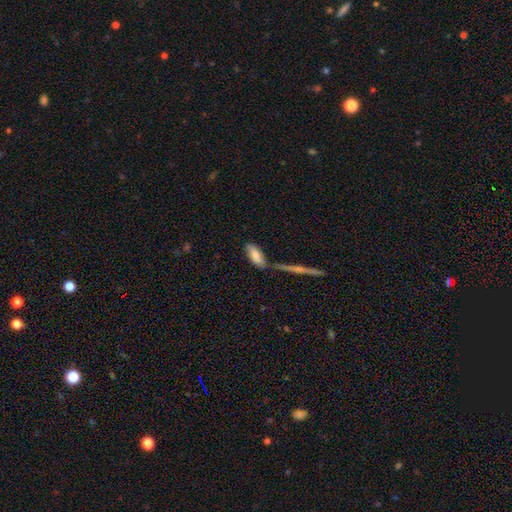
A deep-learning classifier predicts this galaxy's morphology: The model was most divided on "merging": none: 58%, merger: 21%, minor disturbance: 16%, major disturbance: 5%. More confident: smooth or featured — smooth (76%); how rounded — in between (75%).